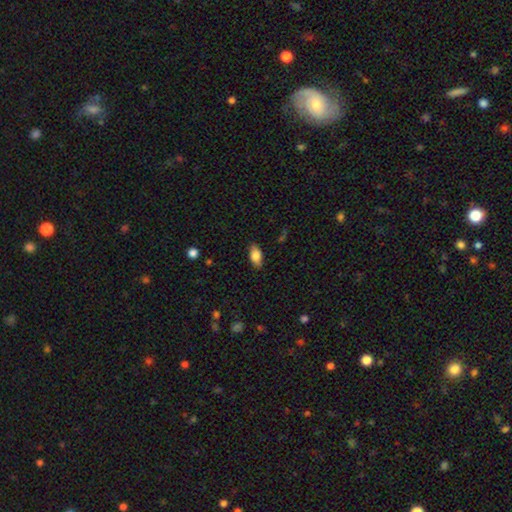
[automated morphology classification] Smooth or featured: smooth — 79% (featured or disk — 14%)
How rounded: in between — 88% (cigar-shaped — 8%)
Merging: none — 85% (minor disturbance — 11%)